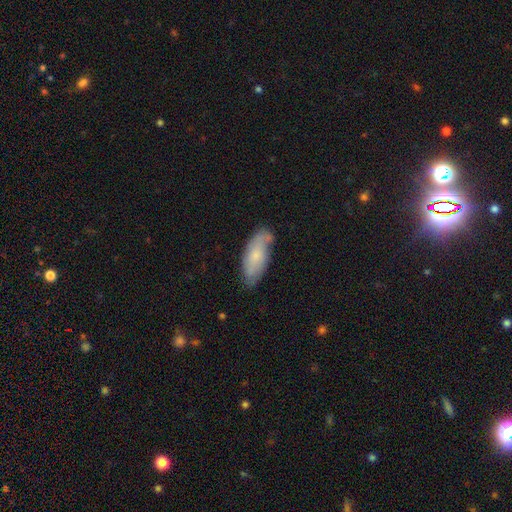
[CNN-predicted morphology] The model was most divided on "smooth or featured": smooth: 64%, featured or disk: 29%, star or artifact: 6%. More confident: how rounded — in between (76%); merging — none (69%).